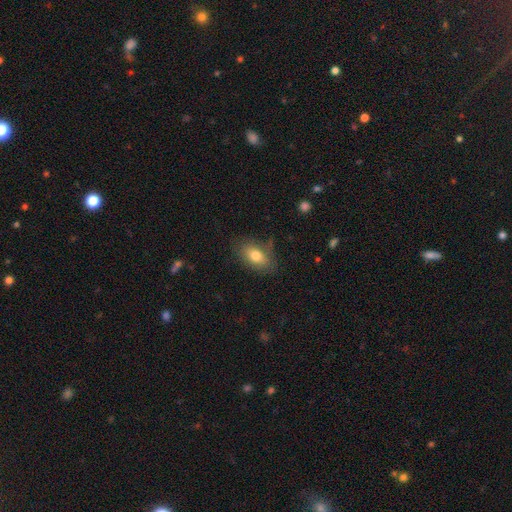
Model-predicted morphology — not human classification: Overall: smooth (78%). How rounded: in between (88%). Merging: none (72%).